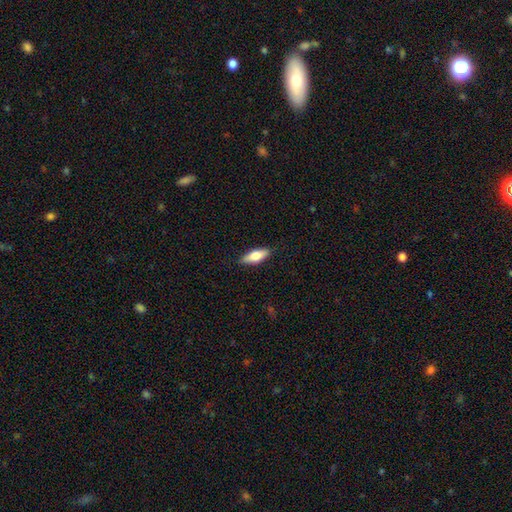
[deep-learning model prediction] The model was most divided on "how rounded": in between: 70%, cigar-shaped: 27%, round: 2%. More confident: merging — none (87%); smooth or featured — smooth (70%).